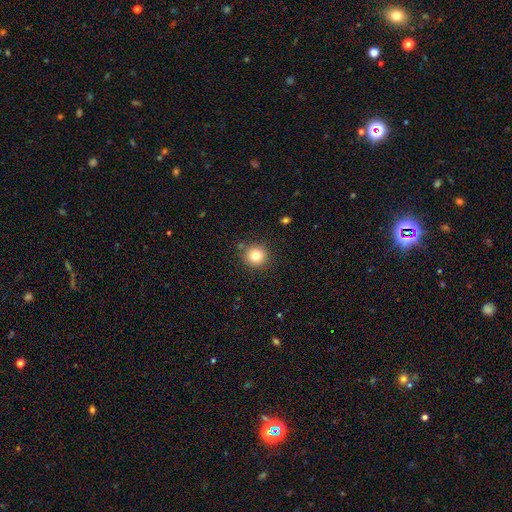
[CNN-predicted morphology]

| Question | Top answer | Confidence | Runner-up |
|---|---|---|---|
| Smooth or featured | smooth | 80% | star or artifact (12%) |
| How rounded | round | 93% | in between (6%) |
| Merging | none | 87% | minor disturbance (8%) |